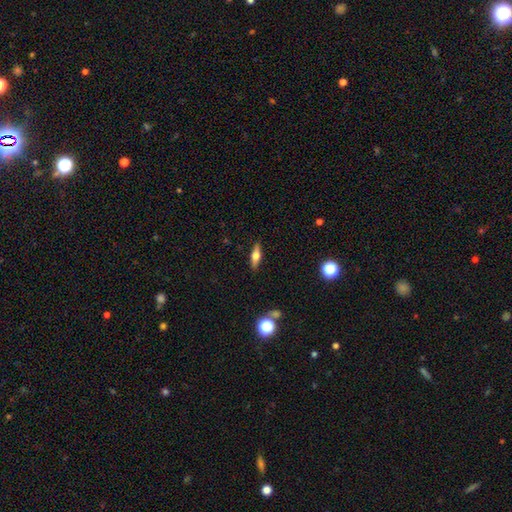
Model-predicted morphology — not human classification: A featured or disk galaxy (48%).

Vote fractions:
- Smooth or featured? featured or disk: 48% / smooth: 44% / star or artifact: 8%
- Merging? none: 88% / minor disturbance: 9% / major disturbance: 2% / merger: 1%